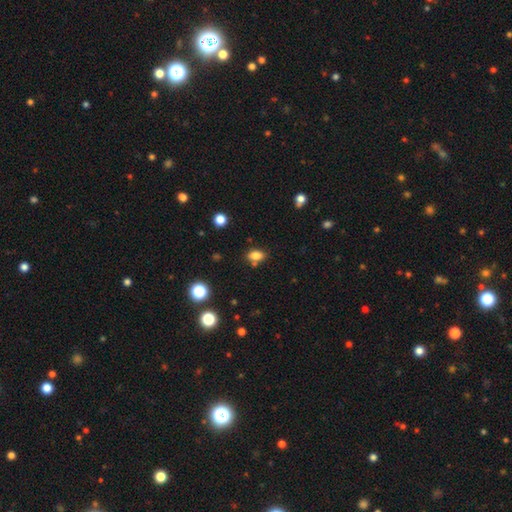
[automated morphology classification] This is clearly a smooth galaxy (81%). How rounded: clearly in between (83%). Merging: likely none (72%).